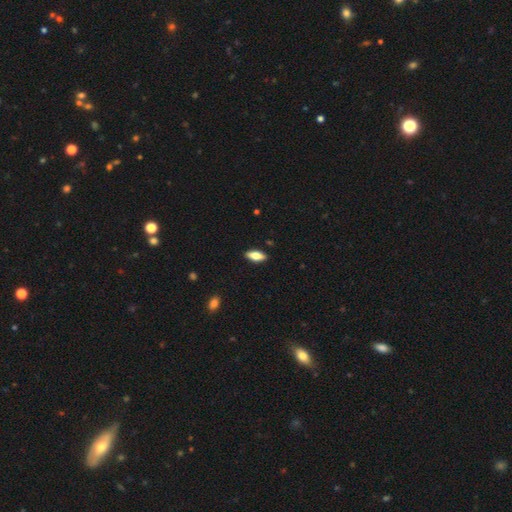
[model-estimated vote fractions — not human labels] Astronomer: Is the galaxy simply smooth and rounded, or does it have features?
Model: smooth — 66%.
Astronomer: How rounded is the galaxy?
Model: in between — 74%.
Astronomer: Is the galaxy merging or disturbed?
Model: none — 89%.